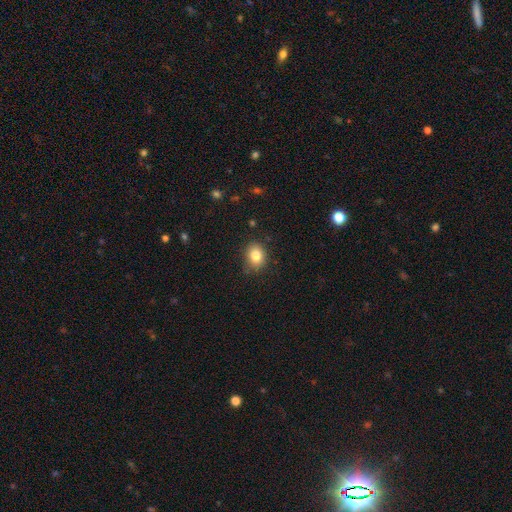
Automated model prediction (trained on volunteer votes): Smooth or featured? Predicted: smooth (p=0.83). How rounded? Predicted: in between (p=0.52). Merging? Predicted: none (p=0.81).